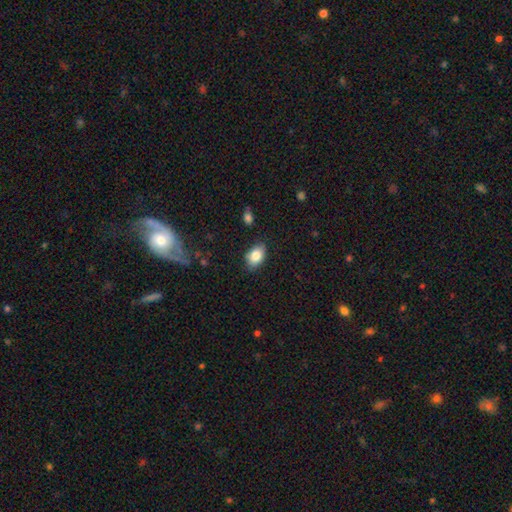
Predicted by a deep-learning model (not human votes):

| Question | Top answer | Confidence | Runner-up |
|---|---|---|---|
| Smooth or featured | smooth | 83% | featured or disk (9%) |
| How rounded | in between | 85% | round (13%) |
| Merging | none | 83% | minor disturbance (13%) |